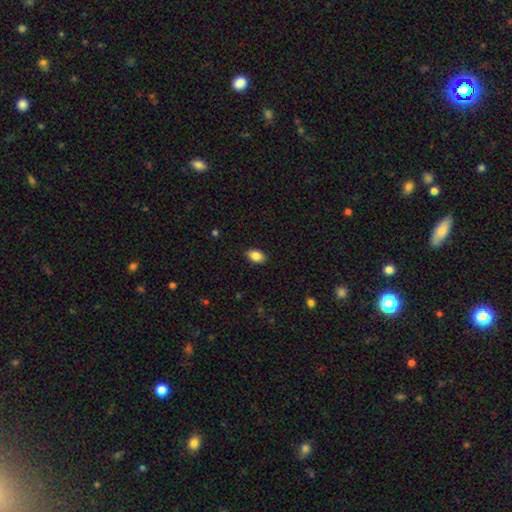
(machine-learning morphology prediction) This is clearly a smooth galaxy (86%). How rounded: clearly in between (88%). Merging: clearly none (88%).